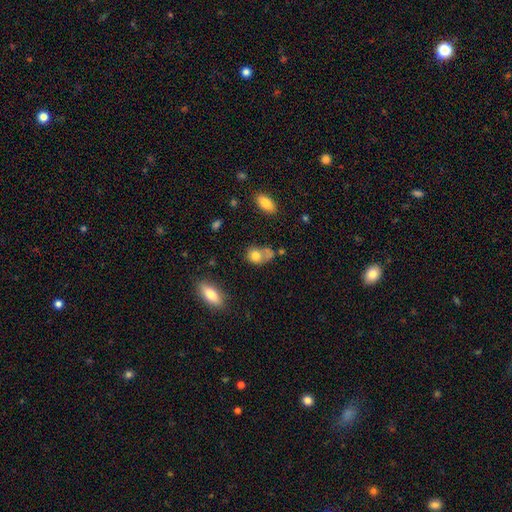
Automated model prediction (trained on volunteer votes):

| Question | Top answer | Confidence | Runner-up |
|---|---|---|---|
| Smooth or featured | smooth | 74% | featured or disk (16%) |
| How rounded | in between | 53% | round (45%) |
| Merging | none | 32% | tied: merger (32%) |